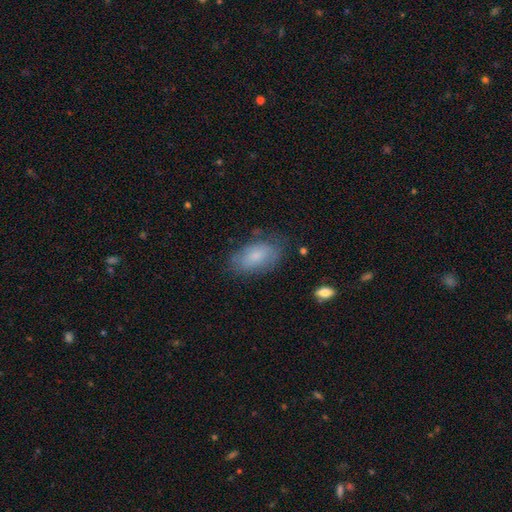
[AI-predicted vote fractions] Q: Smooth or featured?
A: smooth (73%); runner-up: featured or disk (19%)
Q: How rounded?
A: in between (92%); runner-up: round (5%)
Q: Merging?
A: none (72%); runner-up: minor disturbance (20%)